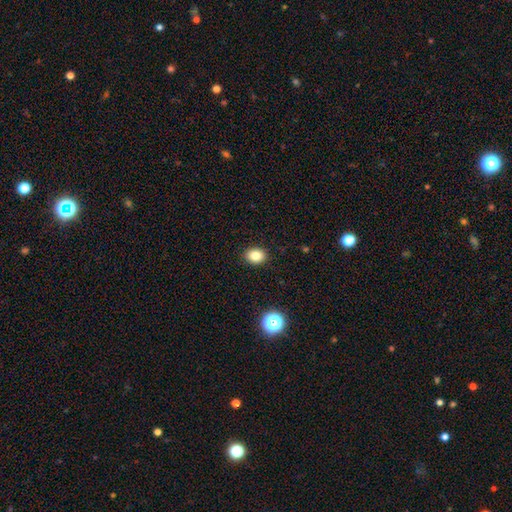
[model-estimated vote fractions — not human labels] This is clearly a smooth galaxy (83%). How rounded: possibly in between (54%). Merging: clearly none (90%).